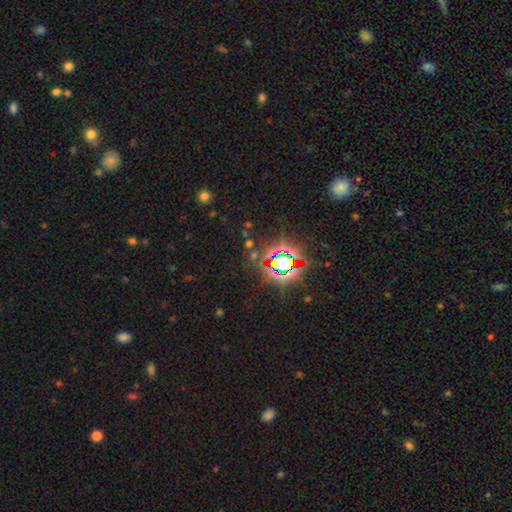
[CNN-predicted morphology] Overall: star or artifact (80%).